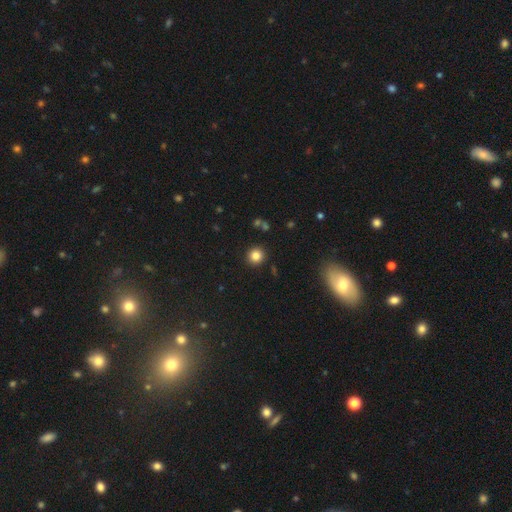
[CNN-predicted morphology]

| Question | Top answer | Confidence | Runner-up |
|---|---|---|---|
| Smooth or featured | smooth | 83% | star or artifact (12%) |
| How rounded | round | 93% | in between (6%) |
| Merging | none | 90% | minor disturbance (6%) |